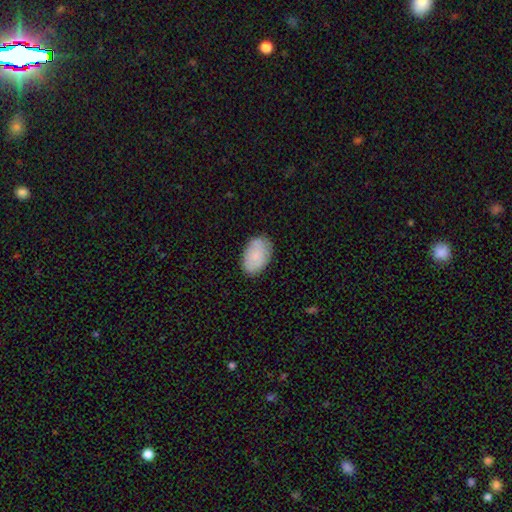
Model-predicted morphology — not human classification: A smooth galaxy with no disk features (80%) that is in between round and cigar-shaped (91%). Merging: none (82%).